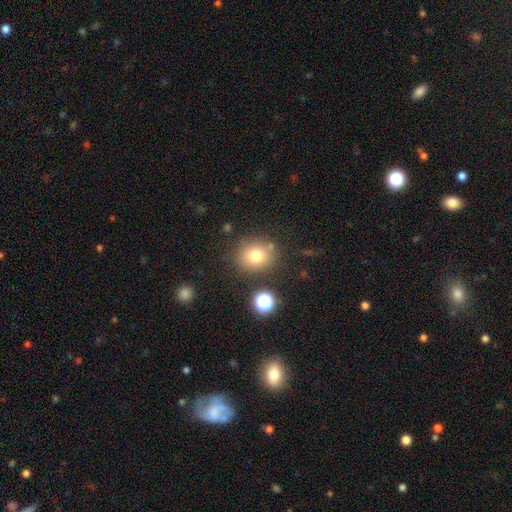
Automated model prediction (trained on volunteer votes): Smooth or featured?
  - smooth: 75% *
  - star or artifact: 14%
  - featured or disk: 11%
How rounded?
  - round: 79% *
  - in between: 20%
  - cigar-shaped: 1%
Merging?
  - none: 80% *
  - minor disturbance: 11%
  - merger: 6%
  - major disturbance: 4%